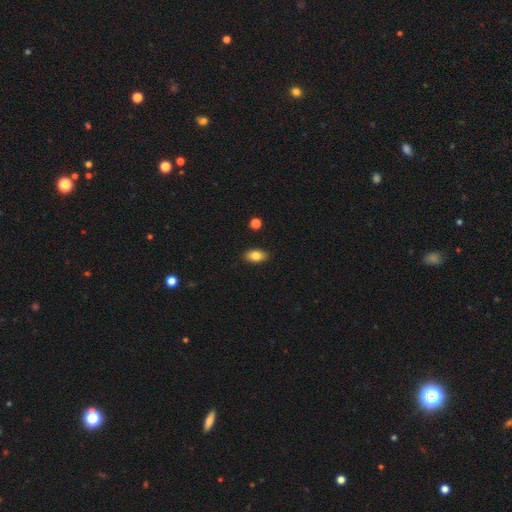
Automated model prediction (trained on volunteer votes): Overall: smooth (82%). How rounded: in between (89%). Merging: none (88%).